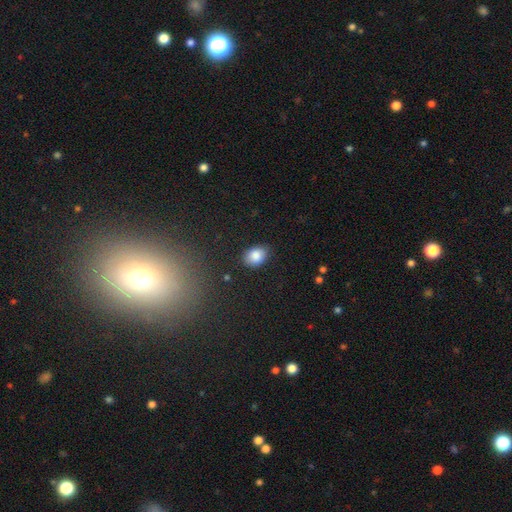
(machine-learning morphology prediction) This appears to be a smooth galaxy with no disk features (86%) that is in between round and cigar-shaped (72%). Merging: none (83%).